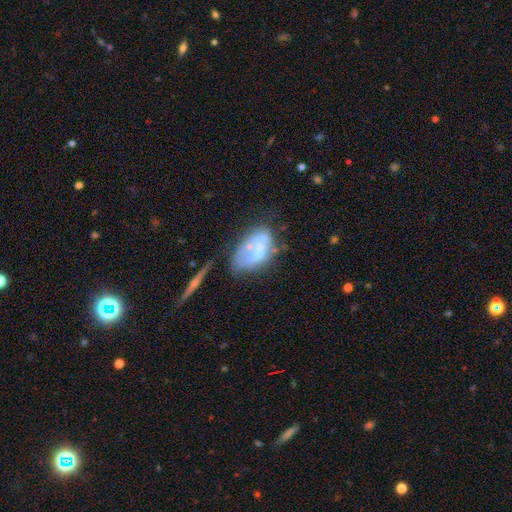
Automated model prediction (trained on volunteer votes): Morphology: type=featured or disk (52%); edge-on=no (96%); merging=none (32%).